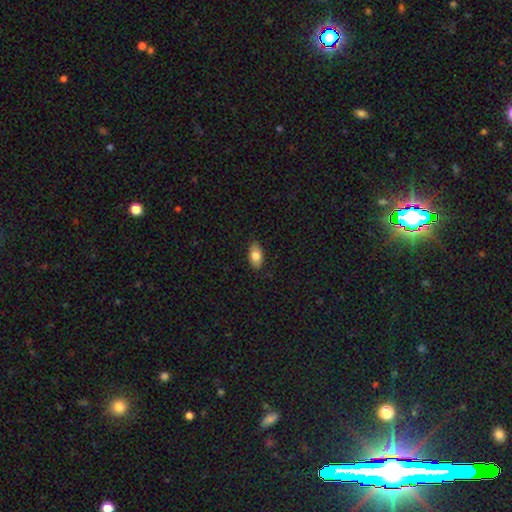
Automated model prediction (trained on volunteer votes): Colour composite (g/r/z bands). It shows a smooth galaxy with no disk features (81%) that is in between round and cigar-shaped (92%). Merging: none (87%).